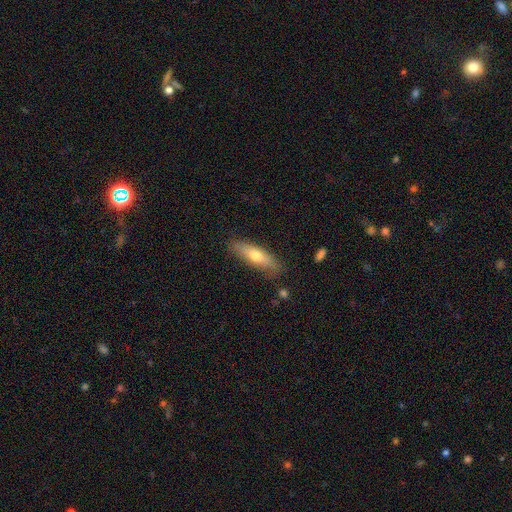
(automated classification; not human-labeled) A smooth galaxy with no disk features (62%) that is cigar-shaped (63%).

Vote fractions:
- Smooth or featured? smooth: 62% / featured or disk: 32% / star or artifact: 6%
- How rounded? cigar-shaped: 63% / in between: 35% / round: 2%
- Merging? none: 82% / minor disturbance: 14% / major disturbance: 3% / merger: 2%